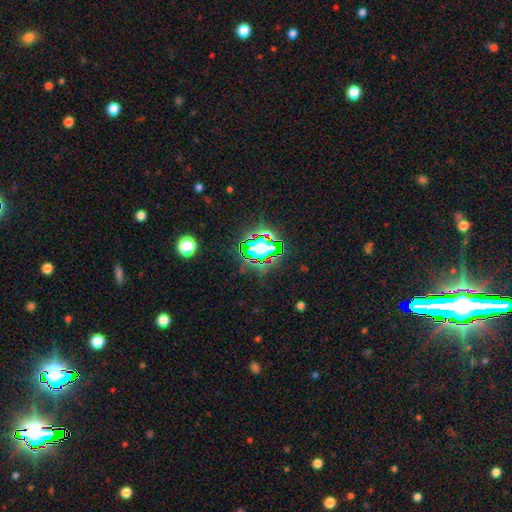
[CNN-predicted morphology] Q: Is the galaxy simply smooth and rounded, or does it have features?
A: star or artifact — 67%.